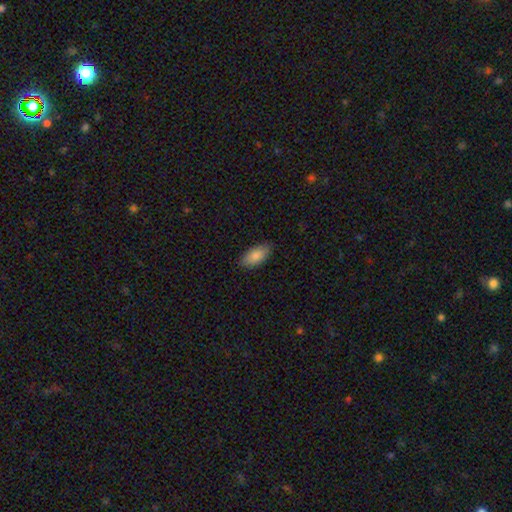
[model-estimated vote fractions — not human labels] Overall: smooth (86%). How rounded: in between (92%). Merging: none (86%).